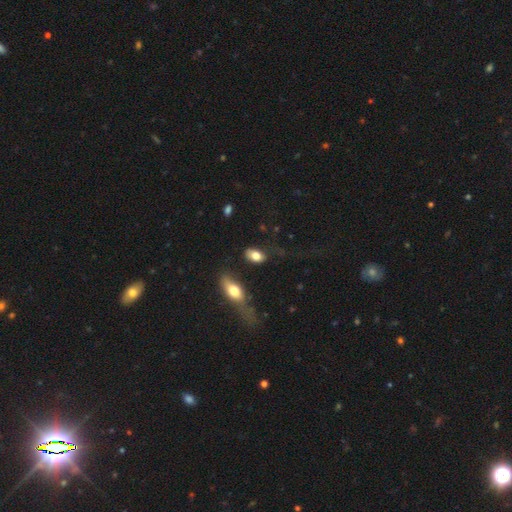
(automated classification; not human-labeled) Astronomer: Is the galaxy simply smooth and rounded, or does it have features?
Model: smooth — 81%.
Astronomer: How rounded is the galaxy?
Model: in between — 87%.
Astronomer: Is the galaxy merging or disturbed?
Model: none — 61%.